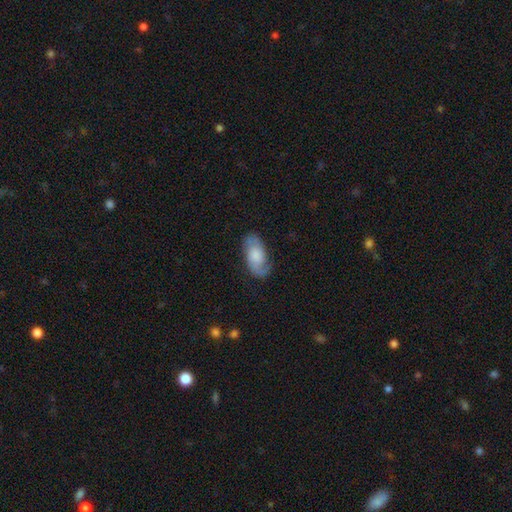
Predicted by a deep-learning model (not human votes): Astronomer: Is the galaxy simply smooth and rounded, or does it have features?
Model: featured or disk — 55% (runner-up: smooth, 38%).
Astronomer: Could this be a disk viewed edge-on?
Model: no — 94%.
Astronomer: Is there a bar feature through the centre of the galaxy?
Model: no — 69%.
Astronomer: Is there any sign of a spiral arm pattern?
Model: yes — 89%.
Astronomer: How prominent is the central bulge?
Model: large — 30% (runner-up: moderate, 27%).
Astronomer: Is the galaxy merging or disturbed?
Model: none — 75%.